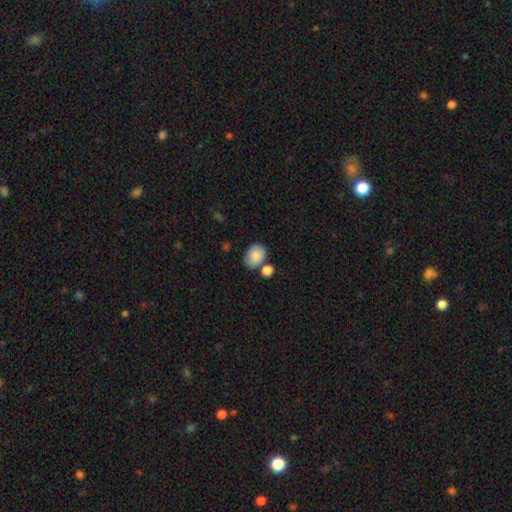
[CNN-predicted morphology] type=smooth (83%); roundness=in between (62%); merging=none (61%).